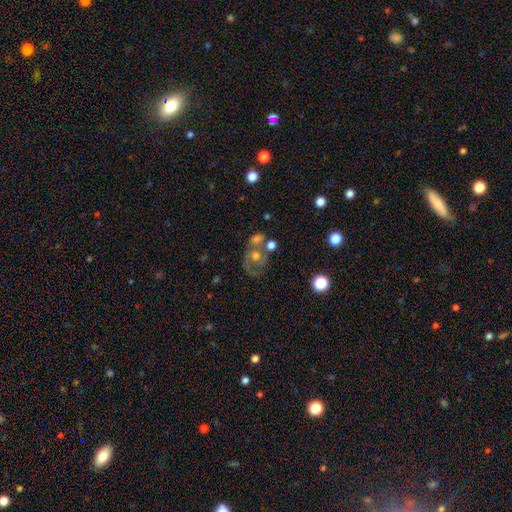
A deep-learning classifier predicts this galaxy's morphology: A featured or disk galaxy (57%) with no bar (81%), spiral arms (54%) and a moderate central bulge (61%).

Vote fractions:
- Smooth or featured? featured or disk: 57% / smooth: 28% / star or artifact: 15%
- Edge-on disk? no: 97% / yes: 3%
- Bar? no: 81% / weak: 15% / strong: 4%
- Spiral arms? yes: 54% / no: 46%
- Bulge size? moderate: 61% / small: 20% / large: 10% / none: 7% / dominant: 2%
- Merging? none: 39% / merger: 32% / major disturbance: 15% / minor disturbance: 14%